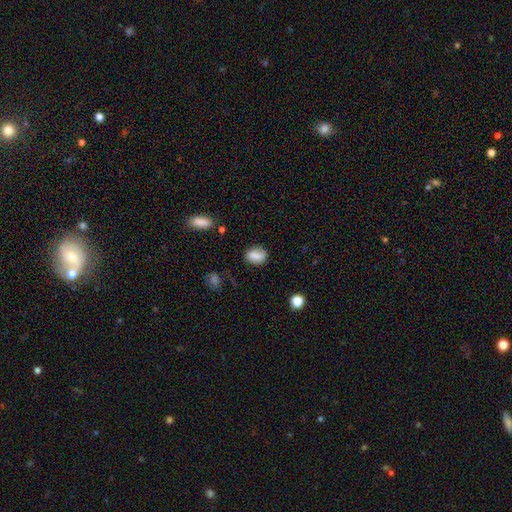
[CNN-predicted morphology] A smooth galaxy with no disk features (79%) that is in between round and cigar-shaped (67%). Merging: none (78%).